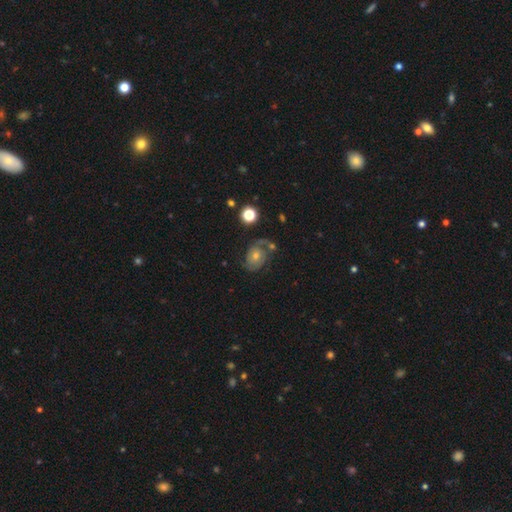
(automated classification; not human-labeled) Smooth or featured? Predicted: featured or disk (p=0.69). Edge-on disk? Predicted: no (p=0.97). Bar? Predicted: no (p=0.76). Spiral arms? Predicted: yes (p=0.89). Spiral winding? Predicted: tight (p=0.42). Spiral arm count? Predicted: 2 (p=0.67). Bulge size? Predicted: moderate (p=0.51). Merging? Predicted: none (p=0.62).